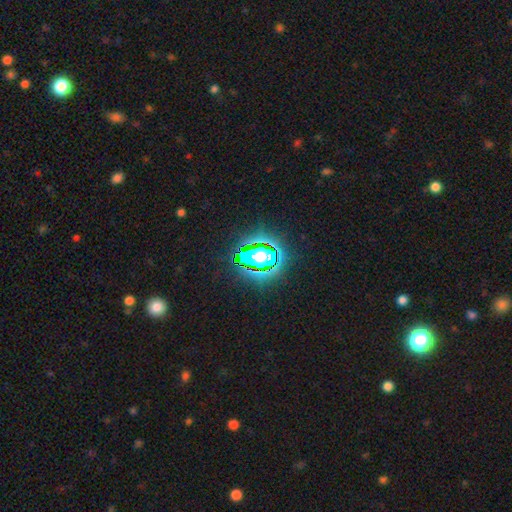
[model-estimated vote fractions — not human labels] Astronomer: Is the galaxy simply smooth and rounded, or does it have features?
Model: star or artifact — 79%.